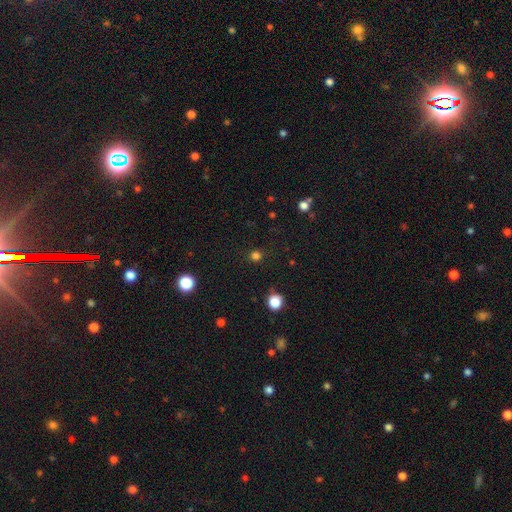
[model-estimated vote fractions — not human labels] Smooth or featured? Predicted: smooth (p=0.78). How rounded? Predicted: round (p=0.88). Merging? Predicted: none (p=0.87).